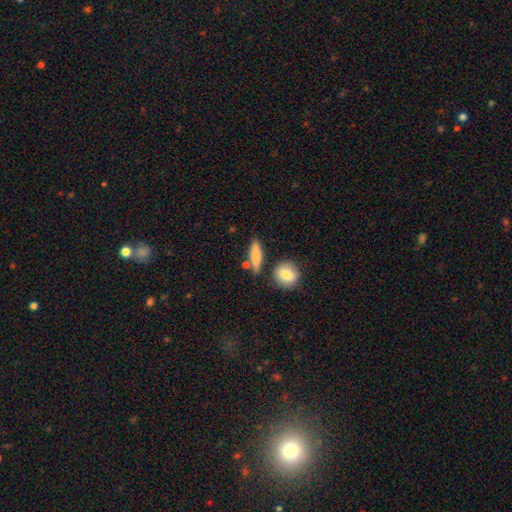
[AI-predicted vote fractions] Smooth or featured: smooth — 80% (featured or disk — 13%)
How rounded: cigar-shaped — 59% (in between — 34%)
Merging: none — 74% (minor disturbance — 13%)